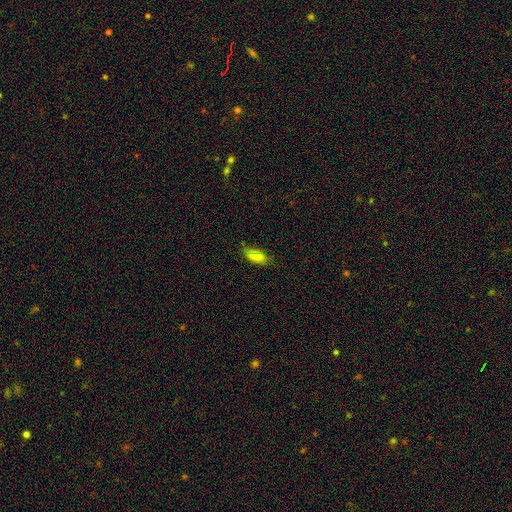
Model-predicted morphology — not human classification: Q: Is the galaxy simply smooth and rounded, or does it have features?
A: smooth — 67%.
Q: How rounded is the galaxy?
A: in between — 85%.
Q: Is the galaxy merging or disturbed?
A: none — 75%.